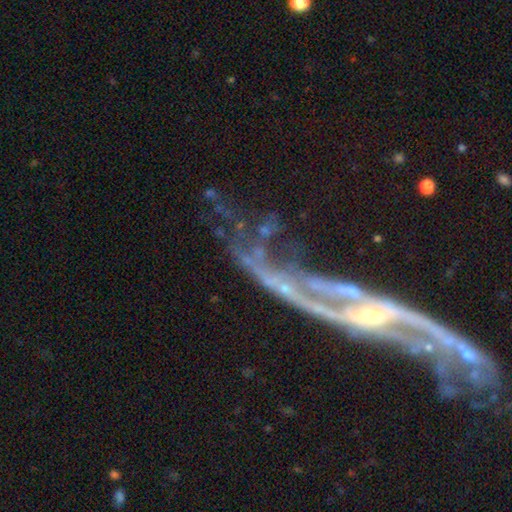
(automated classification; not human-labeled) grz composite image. It shows a featured or disk galaxy (88%) with a strong bar (36%), 2 (84%) loose (80%) spiral arms (93%) and a small central bulge (68%). Merging: none (37%).